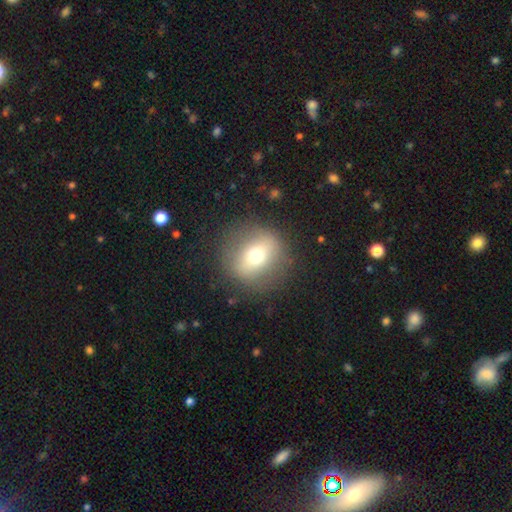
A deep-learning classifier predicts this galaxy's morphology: Smooth or featured? Predicted: smooth (p=0.57). How rounded? Predicted: round (p=0.81). Merging? Predicted: none (p=0.83).